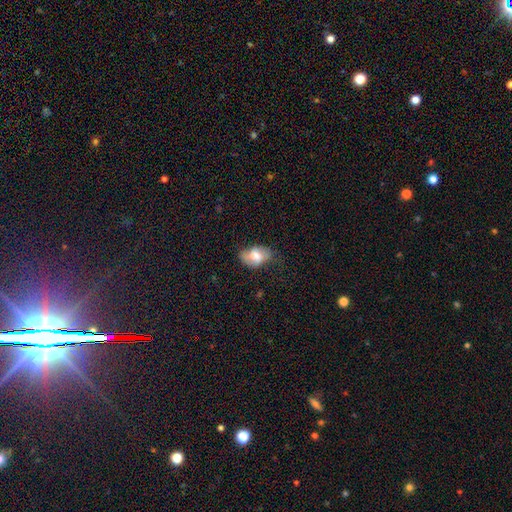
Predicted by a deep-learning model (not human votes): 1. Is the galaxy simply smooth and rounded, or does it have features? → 63% smooth, 30% featured or disk, 8% star or artifact.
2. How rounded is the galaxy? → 86% in between, 12% round, 2% cigar-shaped.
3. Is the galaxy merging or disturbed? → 51% none, 33% minor disturbance, 13% major disturbance, 2% merger.